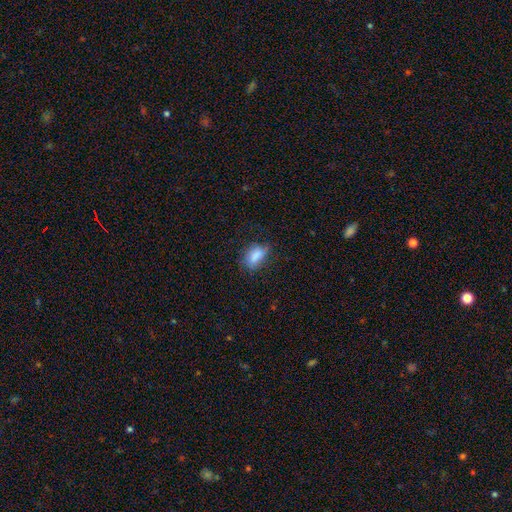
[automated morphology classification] smooth 81%, featured or disk 10%, star or artifact 9%. Down the decision tree: how rounded — in between (87%); merging — none (58%).